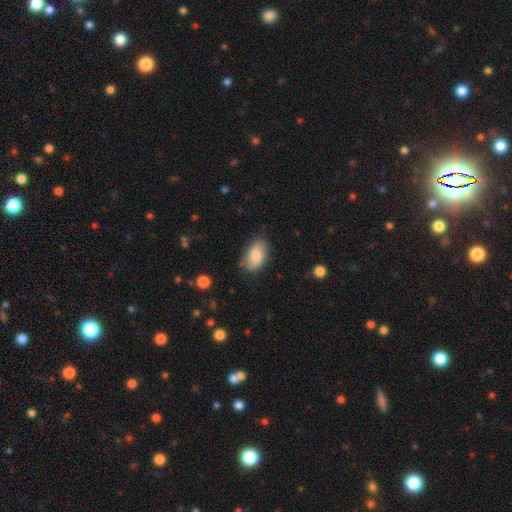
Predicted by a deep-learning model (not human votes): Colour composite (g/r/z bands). It shows a smooth galaxy with no disk features (83%) that is in between round and cigar-shaped (93%). Merging: none (73%).